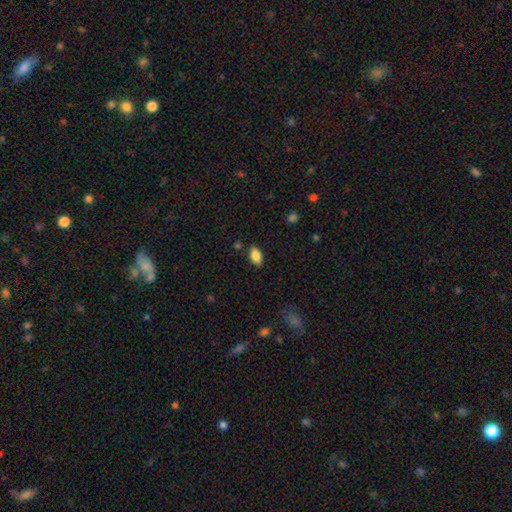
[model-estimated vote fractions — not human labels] A smooth galaxy with no disk features (86%) that is in between round and cigar-shaped (91%).

Vote fractions:
- Smooth or featured? smooth: 86% / star or artifact: 8% / featured or disk: 5%
- How rounded? in between: 91% / round: 5% / cigar-shaped: 4%
- Merging? none: 85% / minor disturbance: 11% / major disturbance: 3% / merger: 2%